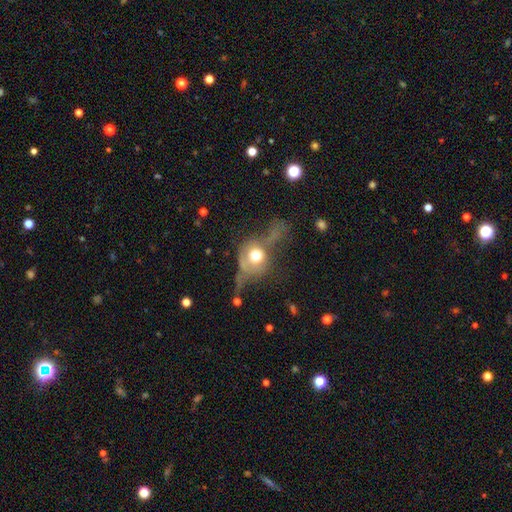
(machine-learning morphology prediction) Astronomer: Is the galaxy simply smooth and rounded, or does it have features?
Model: smooth — 48% (runner-up: featured or disk, 40%).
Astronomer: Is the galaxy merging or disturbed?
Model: major disturbance — 48% (runner-up: none, 24%).